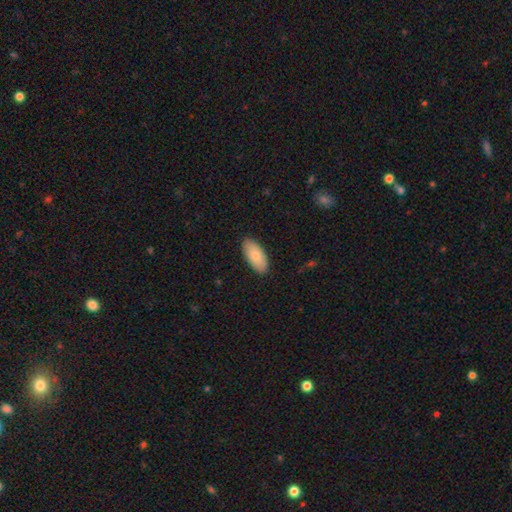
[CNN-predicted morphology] This is clearly a smooth galaxy (80%). How rounded: clearly in between (92%). Merging: clearly none (88%).